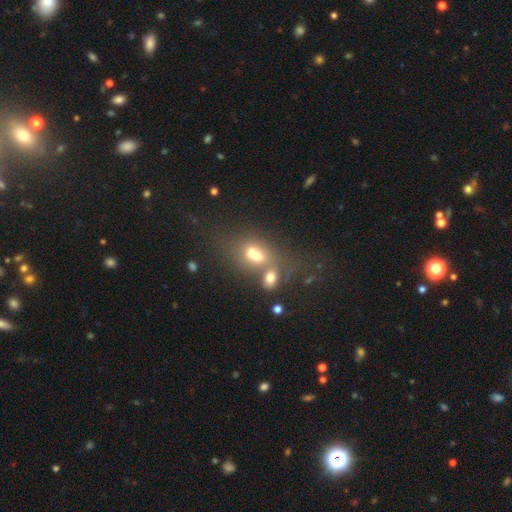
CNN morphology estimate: Overall: smooth (61%; featured or disk 23%). How rounded: in between (64%; round 33%). Merging: merger (58%; none 26%).